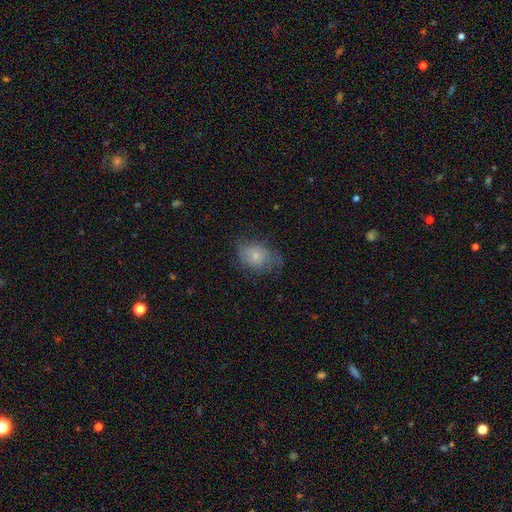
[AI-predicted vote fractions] The model was most divided on "how rounded": in between: 62%, round: 37%, cigar-shaped: 1%. More confident: smooth or featured — smooth (65%); merging — none (56%).